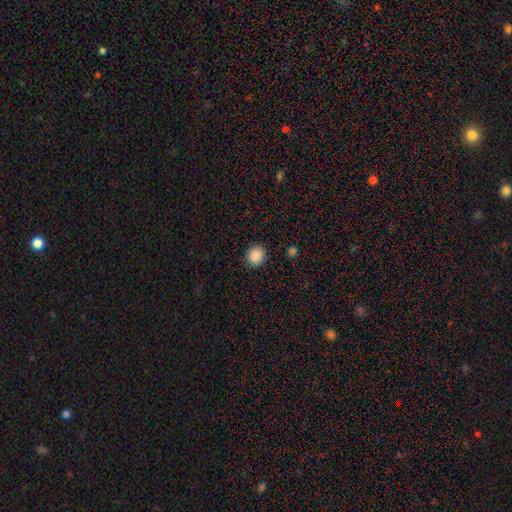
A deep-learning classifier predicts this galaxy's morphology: A smooth galaxy with no disk features (88%) that is round (82%). Merging: none (90%).